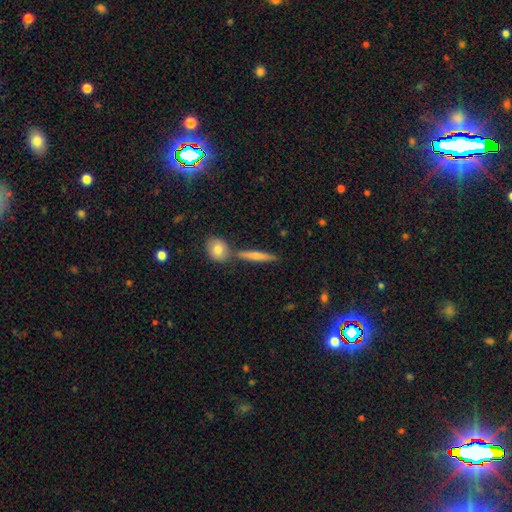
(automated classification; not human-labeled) Q: Smooth or featured?
A: smooth (63%); runner-up: featured or disk (31%)
Q: How rounded?
A: cigar-shaped (85%); runner-up: in between (11%)
Q: Merging?
A: none (73%); runner-up: merger (15%)